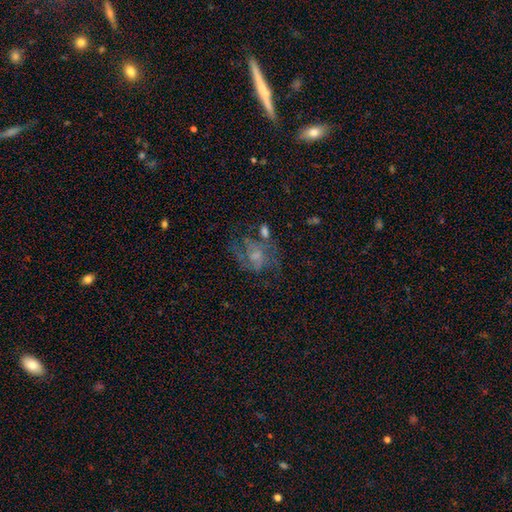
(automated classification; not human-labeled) Smooth or featured: featured or disk — 62% (smooth — 25%)
Edge-on disk: no — 97% (yes — 3%)
Bar: no — 69% (weak — 26%)
Spiral arms: yes — 62% (no — 38%)
Bulge size: moderate — 31% (small — 30%)
Merging: none — 43% (major disturbance — 29%)